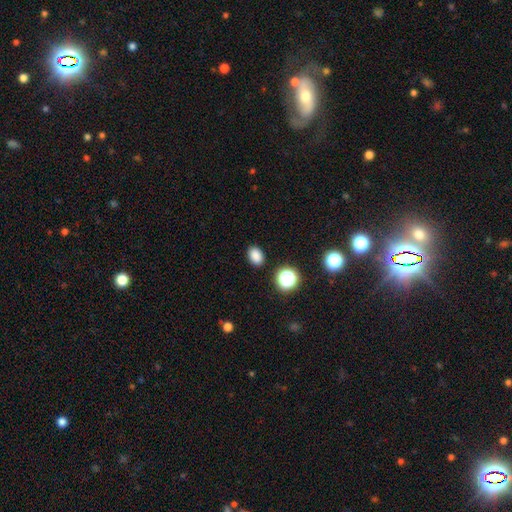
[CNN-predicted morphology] Smooth or featured?
  - smooth: 84% *
  - star or artifact: 13%
  - featured or disk: 4%
How rounded?
  - in between: 75% *
  - round: 23%
  - cigar-shaped: 1%
Merging?
  - none: 88% *
  - minor disturbance: 8%
  - major disturbance: 2%
  - merger: 2%